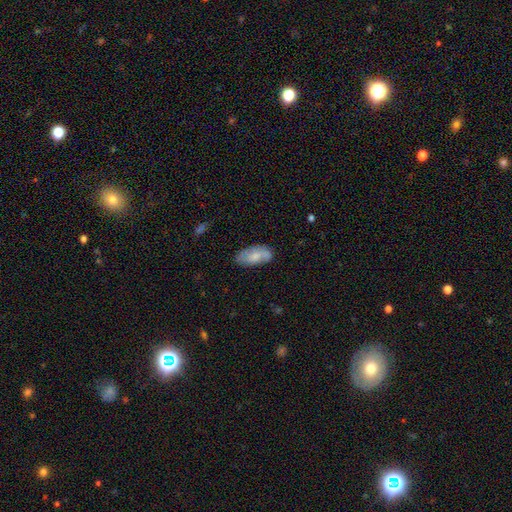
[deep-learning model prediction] The model was most divided on "smooth or featured": smooth: 63%, featured or disk: 30%, star or artifact: 7%. More confident: how rounded — in between (90%); merging — none (67%).